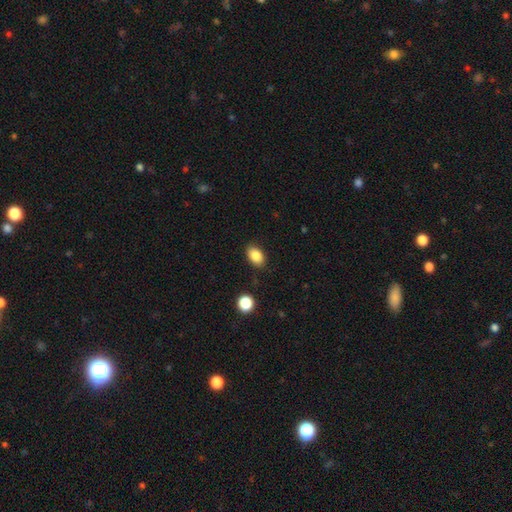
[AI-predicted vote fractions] A smooth galaxy with no disk features (85%) that is in between round and cigar-shaped (86%). Merging: none (84%).